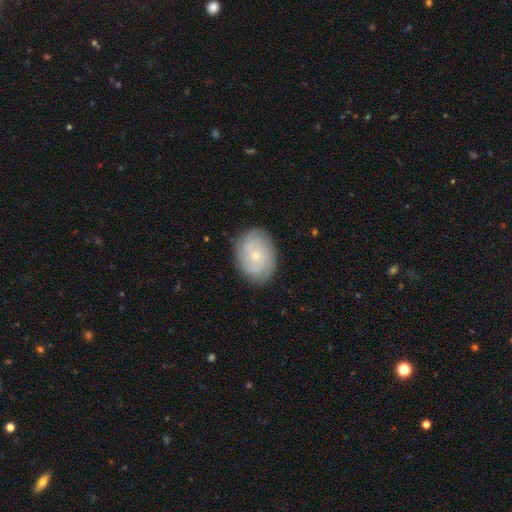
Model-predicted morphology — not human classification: Q: Smooth or featured?
A: featured or disk (61%); runner-up: smooth (31%)
Q: Edge-on disk?
A: no (96%); runner-up: yes (4%)
Q: Bar?
A: no (82%); runner-up: weak (16%)
Q: Spiral arms?
A: yes (87%); runner-up: no (13%)
Q: Spiral winding?
A: tight (65%); runner-up: medium (26%)
Q: Spiral arm count?
A: can't tell (43%); runner-up: 3 (17%)
Q: Bulge size?
A: small (75%); runner-up: moderate (22%)
Q: Merging?
A: none (84%); runner-up: minor disturbance (12%)